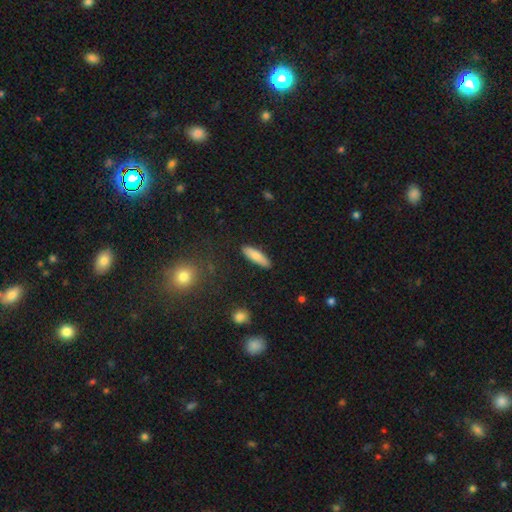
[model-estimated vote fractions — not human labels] This appears to be a smooth galaxy with no disk features (82%) that is cigar-shaped (61%). Merging: none (89%).